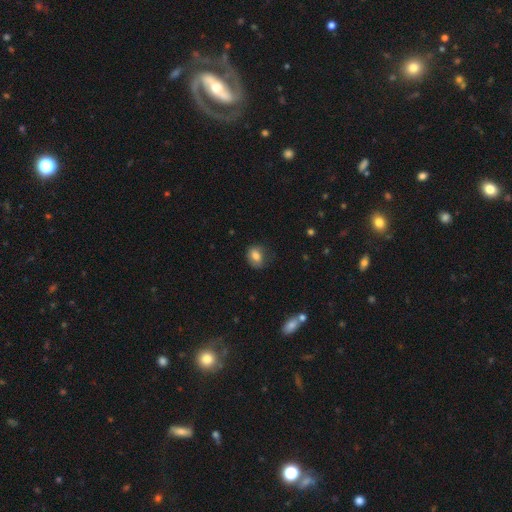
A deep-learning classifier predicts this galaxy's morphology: Smooth or featured: smooth — 80% (featured or disk — 11%)
How rounded: in between — 63% (round — 36%)
Merging: none — 68% (minor disturbance — 23%)